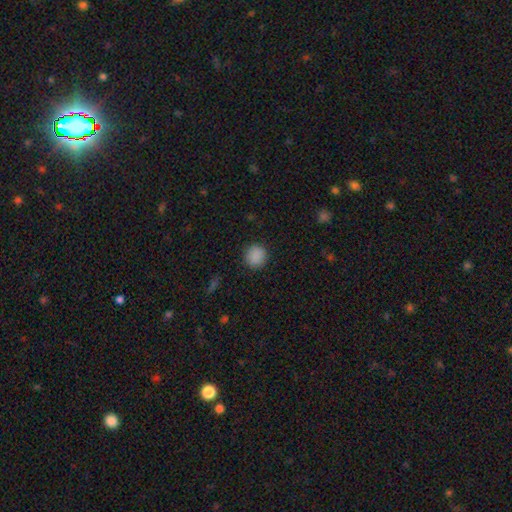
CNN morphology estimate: Q: Smooth or featured?
A: smooth (88%); runner-up: star or artifact (9%)
Q: How rounded?
A: round (90%); runner-up: in between (9%)
Q: Merging?
A: none (90%); runner-up: minor disturbance (7%)